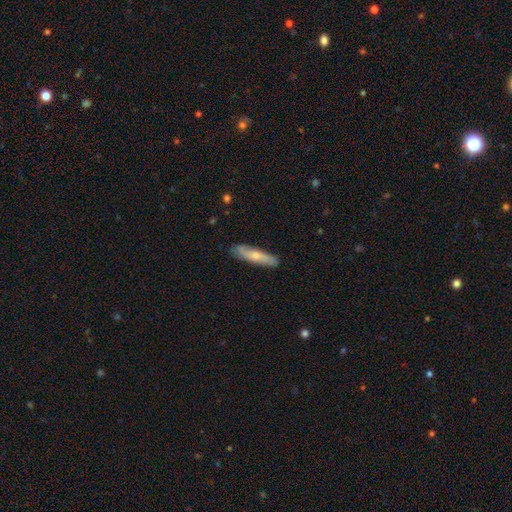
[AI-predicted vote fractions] This appears to be a smooth galaxy with no disk features (58%) that is cigar-shaped (84%). Merging: none (85%).